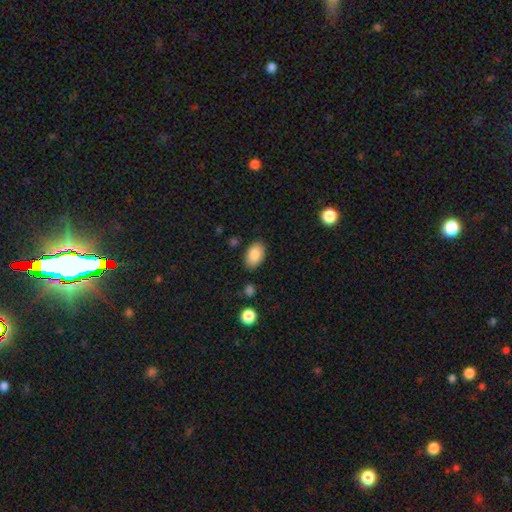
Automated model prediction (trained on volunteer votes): Morphology: type=smooth (86%); roundness=in between (91%); merging=none (85%).